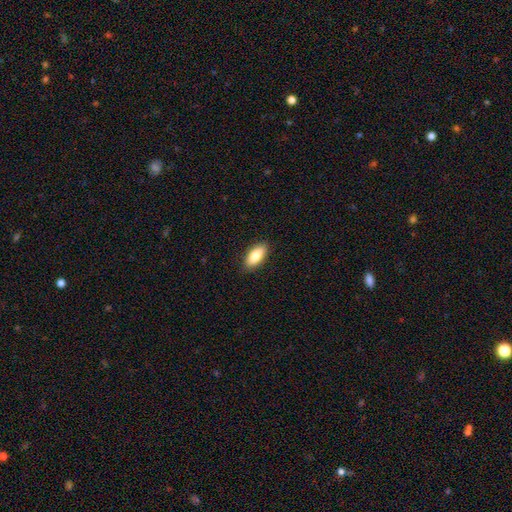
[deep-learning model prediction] A smooth galaxy with no disk features (84%) that is in between round and cigar-shaped (88%).

Vote fractions:
- Smooth or featured? smooth: 84% / featured or disk: 10% / star or artifact: 6%
- How rounded? in between: 88% / cigar-shaped: 10% / round: 2%
- Merging? none: 88% / minor disturbance: 9% / major disturbance: 2% / merger: 1%